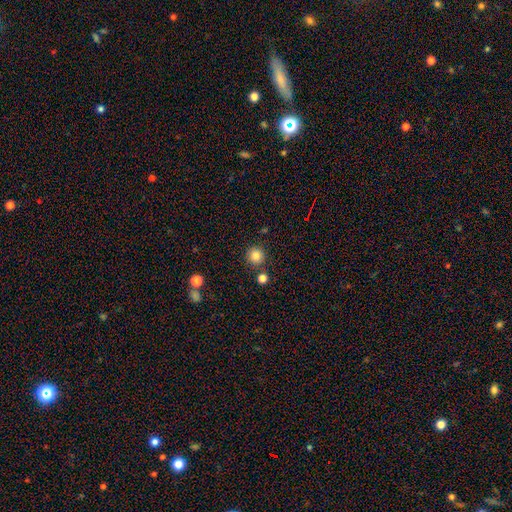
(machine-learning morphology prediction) This is clearly a smooth galaxy (84%). How rounded: clearly round (94%). Merging: clearly none (85%).